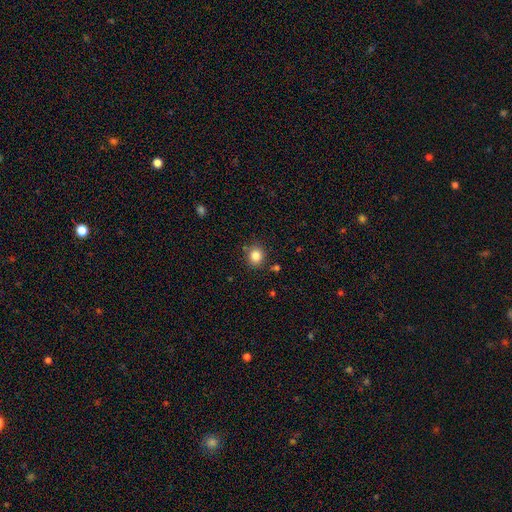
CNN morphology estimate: Smooth or featured: smooth — 84% (star or artifact — 11%)
How rounded: round — 75% (in between — 24%)
Merging: none — 84% (minor disturbance — 10%)